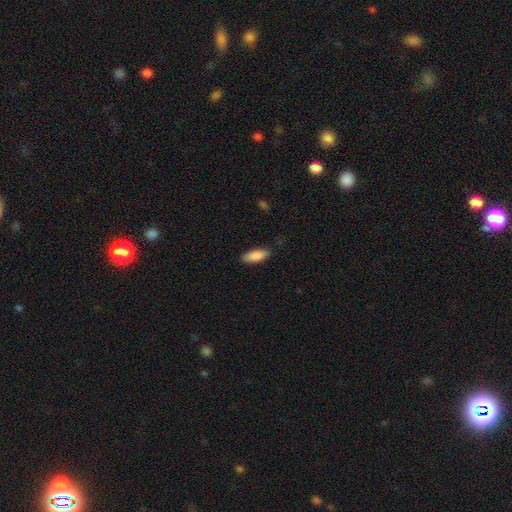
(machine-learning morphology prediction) Overall: smooth (89%). How rounded: in between (77%). Merging: none (87%).